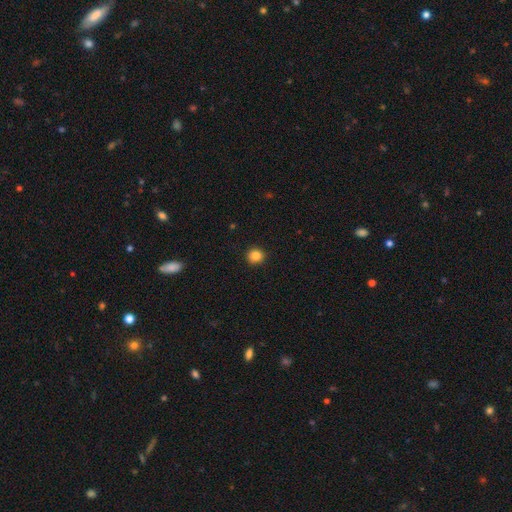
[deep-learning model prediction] Smooth or featured?
  - smooth: 84% *
  - star or artifact: 11%
  - featured or disk: 5%
How rounded?
  - round: 92% *
  - in between: 7%
  - cigar-shaped: 1%
Merging?
  - none: 92% *
  - minor disturbance: 5%
  - major disturbance: 2%
  - merger: 1%